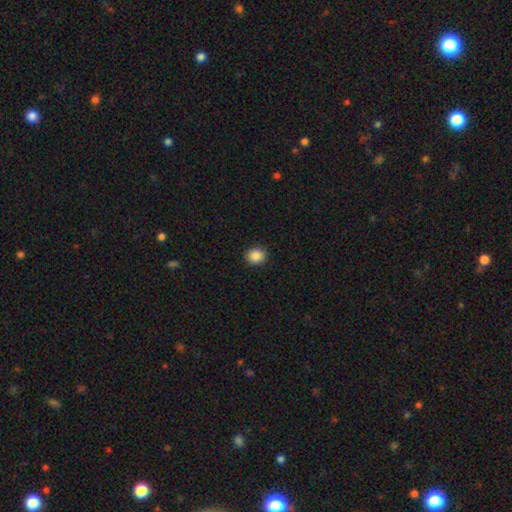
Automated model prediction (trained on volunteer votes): Smooth or featured?
  - smooth: 87% *
  - star or artifact: 9%
  - featured or disk: 3%
How rounded?
  - round: 78% *
  - in between: 21%
  - cigar-shaped: 1%
Merging?
  - none: 91% *
  - minor disturbance: 6%
  - major disturbance: 2%
  - merger: 1%